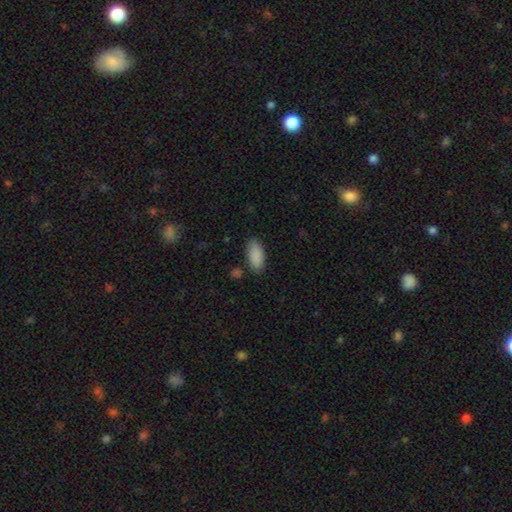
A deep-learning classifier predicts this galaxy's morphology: Smooth or featured?
  - smooth: 89% *
  - star or artifact: 7%
  - featured or disk: 4%
How rounded?
  - in between: 90% *
  - cigar-shaped: 8%
  - round: 2%
Merging?
  - none: 81% *
  - minor disturbance: 13%
  - merger: 3%
  - major disturbance: 3%